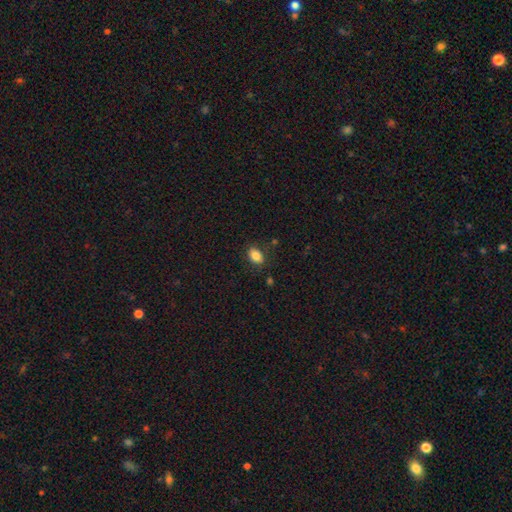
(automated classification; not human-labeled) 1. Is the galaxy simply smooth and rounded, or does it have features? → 84% smooth, 9% star or artifact, 7% featured or disk.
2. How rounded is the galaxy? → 82% in between, 16% round, 1% cigar-shaped.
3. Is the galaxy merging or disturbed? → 83% none, 12% minor disturbance, 3% major disturbance, 2% merger.